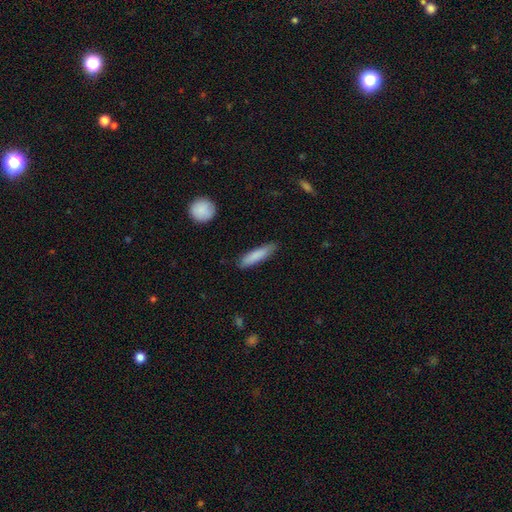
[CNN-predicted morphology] smooth 82%, featured or disk 12%, star or artifact 6%. Down the decision tree: how rounded — cigar-shaped (81%); merging — none (80%).